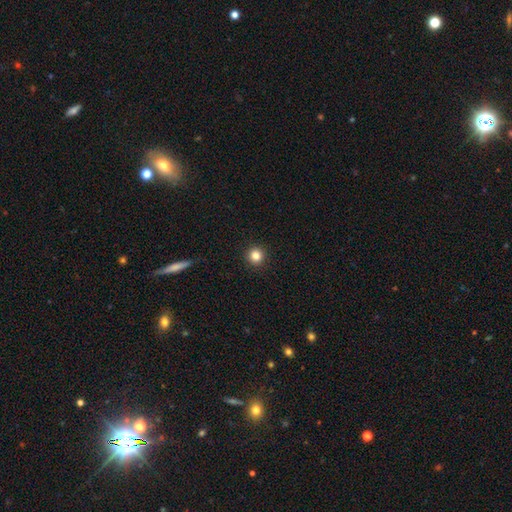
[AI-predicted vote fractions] Smooth or featured?
  - smooth: 83% *
  - star or artifact: 12%
  - featured or disk: 5%
How rounded?
  - round: 95% *
  - in between: 4%
  - cigar-shaped: 1%
Merging?
  - none: 93% *
  - minor disturbance: 4%
  - major disturbance: 2%
  - merger: 1%